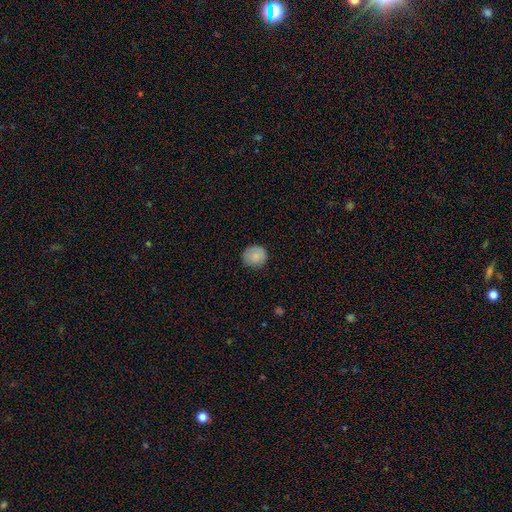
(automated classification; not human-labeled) This is clearly a smooth galaxy (85%). How rounded: clearly round (87%). Merging: clearly none (86%).